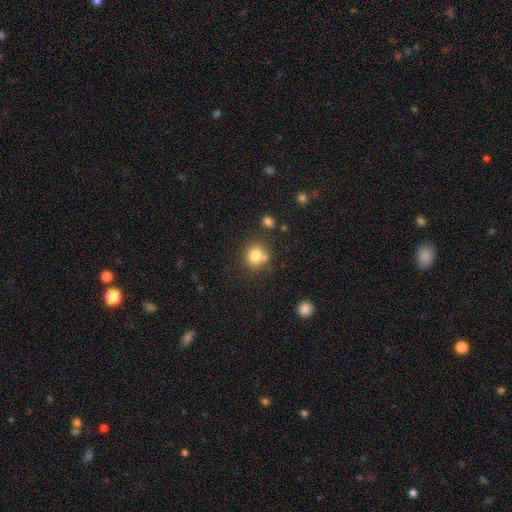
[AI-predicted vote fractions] The model was most divided on "merging": none: 67%, merger: 15%, minor disturbance: 14%, major disturbance: 4%. More confident: how rounded — round (85%); smooth or featured — smooth (80%).